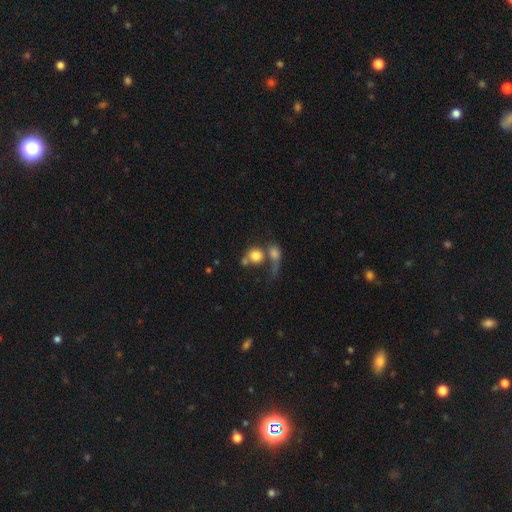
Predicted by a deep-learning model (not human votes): Smooth or featured?
  - smooth: 75% *
  - featured or disk: 15%
  - star or artifact: 10%
How rounded?
  - round: 79% *
  - in between: 19%
  - cigar-shaped: 2%
Merging?
  - merger: 50% *
  - none: 27%
  - major disturbance: 14%
  - minor disturbance: 9%